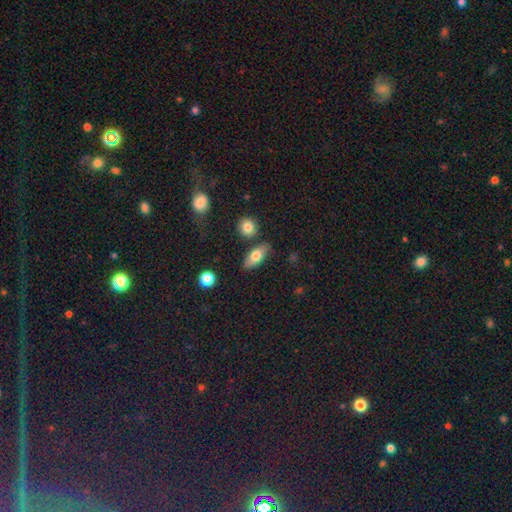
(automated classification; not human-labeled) smooth_or_featured: smooth (p=0.72) [alt: featured or disk p=0.21]
how_rounded: in between (p=0.82) [alt: cigar-shaped p=0.13]
merging: none (p=0.78) [alt: minor disturbance p=0.13]